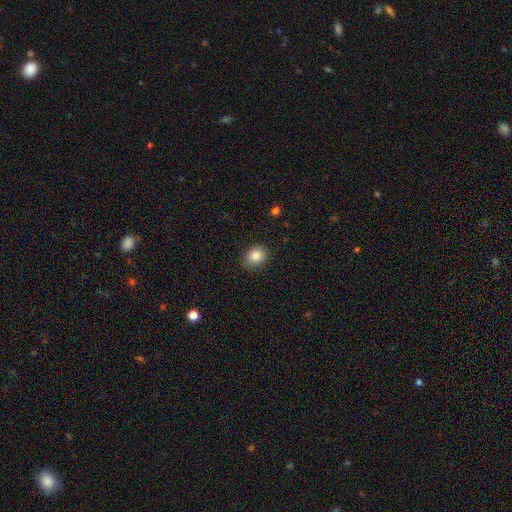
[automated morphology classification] smooth_or_featured: smooth (p=0.84) [alt: star or artifact p=0.10]
how_rounded: round (p=0.58) [alt: in between p=0.41]
merging: none (p=0.87) [alt: minor disturbance p=0.10]